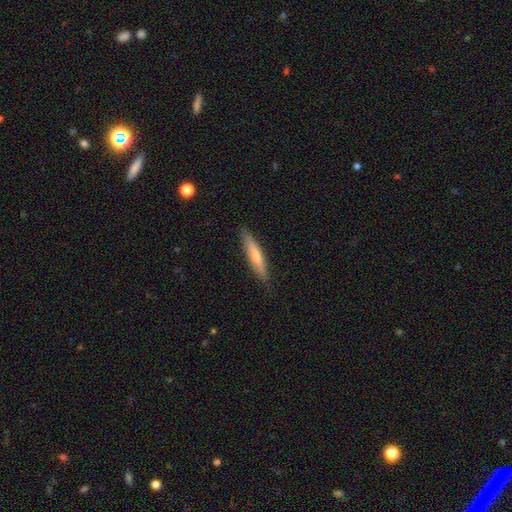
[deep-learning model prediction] Smooth or featured? Predicted: smooth (p=0.66). How rounded? Predicted: cigar-shaped (p=0.89). Merging? Predicted: none (p=0.88).